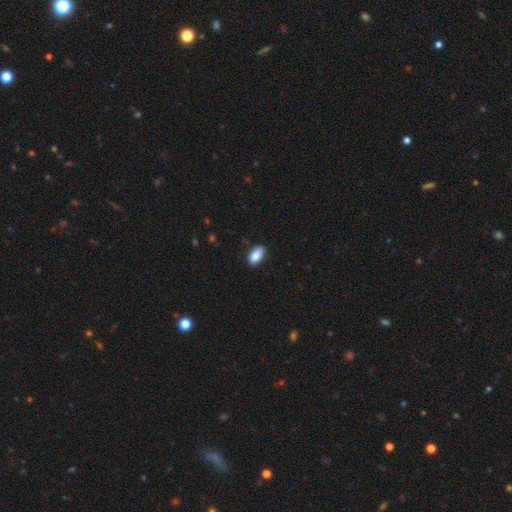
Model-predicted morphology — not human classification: type=smooth (87%); roundness=in between (89%); merging=none (84%).